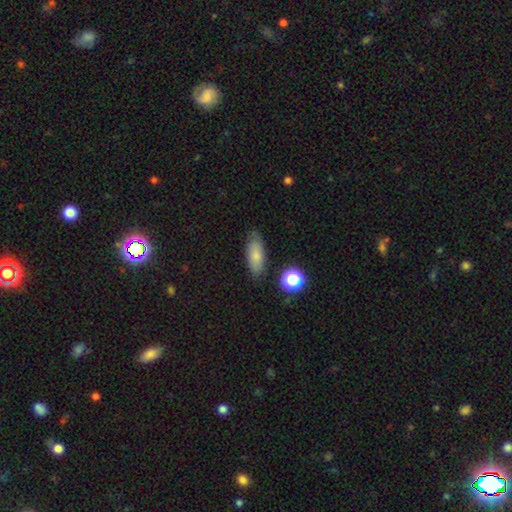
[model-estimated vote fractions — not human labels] A smooth galaxy with no disk features (79%) that is in between round and cigar-shaped (77%).

Vote fractions:
- Smooth or featured? smooth: 79% / featured or disk: 12% / star or artifact: 9%
- How rounded? in between: 77% / cigar-shaped: 19% / round: 4%
- Merging? none: 77% / minor disturbance: 17% / major disturbance: 4% / merger: 2%